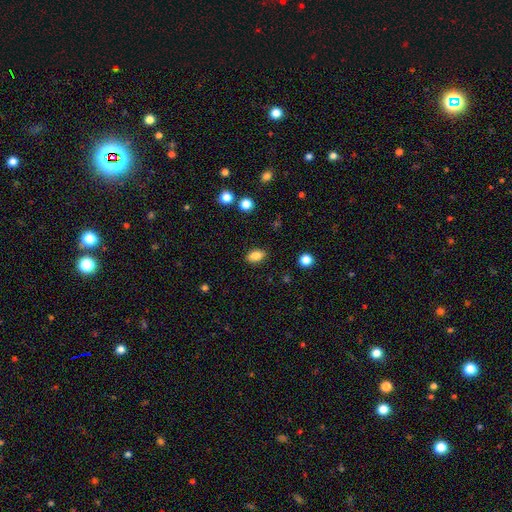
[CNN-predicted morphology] This appears to be a smooth galaxy with no disk features (83%) that is in between round and cigar-shaped (87%). Merging: none (88%).